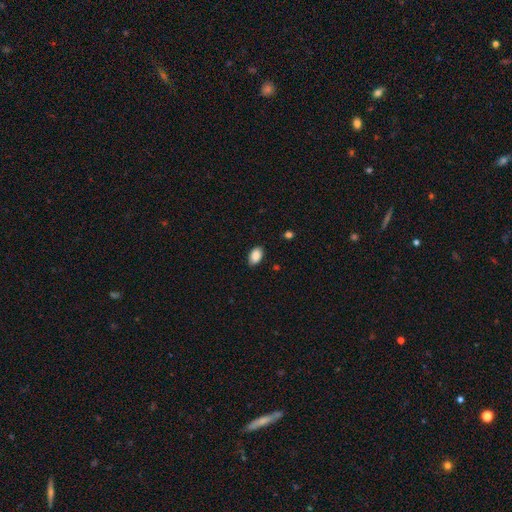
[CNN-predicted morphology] This is clearly a smooth galaxy (89%). How rounded: clearly in between (91%). Merging: clearly none (85%).